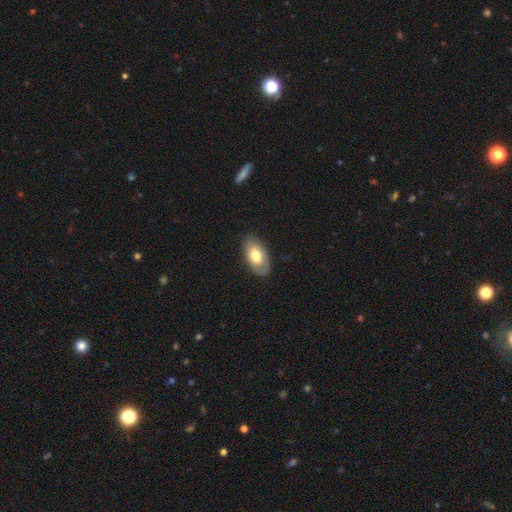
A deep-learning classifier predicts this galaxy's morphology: smooth 63%, featured or disk 31%, star or artifact 6%. Down the decision tree: how rounded — in between (94%); merging — none (81%).